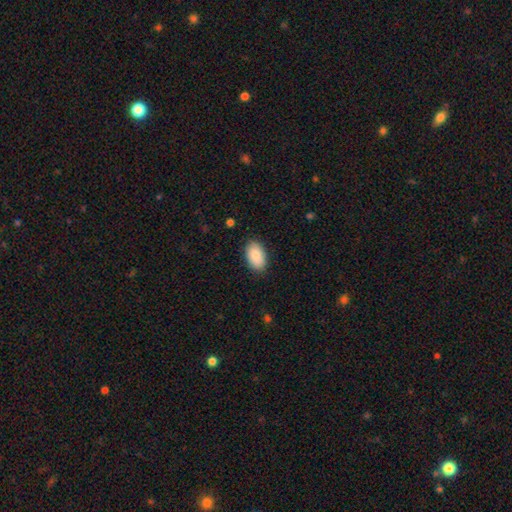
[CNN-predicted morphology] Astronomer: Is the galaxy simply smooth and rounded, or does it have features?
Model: smooth — 89%.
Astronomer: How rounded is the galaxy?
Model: in between — 94%.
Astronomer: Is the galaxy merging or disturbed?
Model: none — 86%.